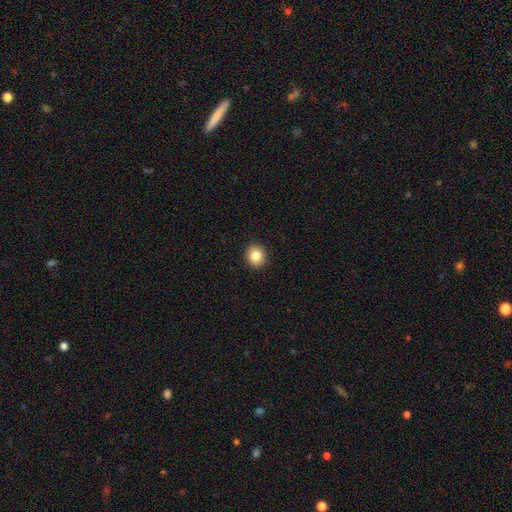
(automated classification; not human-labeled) Q: Smooth or featured?
A: smooth (84%); runner-up: star or artifact (10%)
Q: How rounded?
A: round (84%); runner-up: in between (15%)
Q: Merging?
A: none (92%); runner-up: minor disturbance (5%)